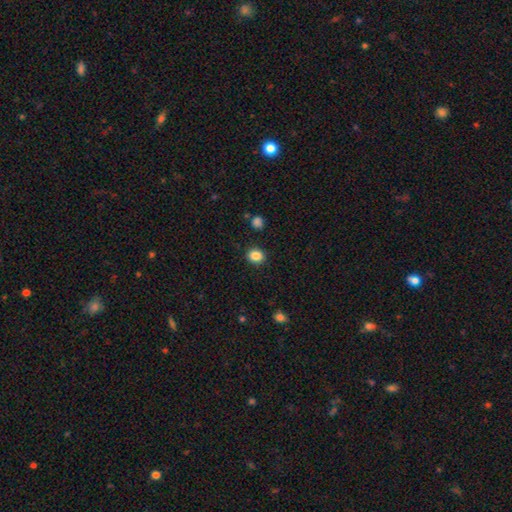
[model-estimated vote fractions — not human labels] This is clearly a smooth galaxy (86%). How rounded: likely round (67%). Merging: clearly none (89%).